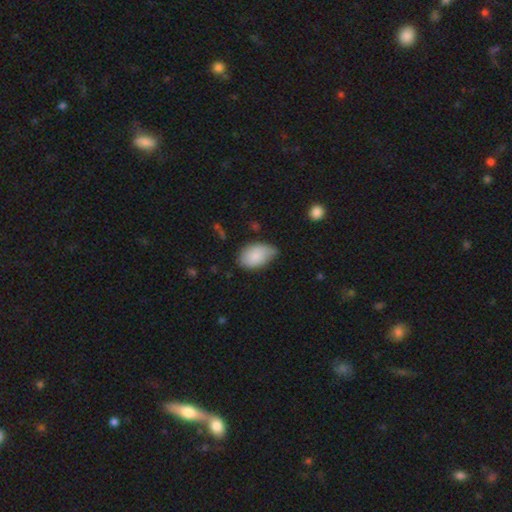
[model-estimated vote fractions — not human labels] smooth-or-featured: smooth: 82% | featured or disk: 11% | star or artifact: 6%
  how-rounded: in between: 91% | round: 8% | cigar-shaped: 1%
  merging: none: 51% | minor disturbance: 40% | major disturbance: 7% | merger: 3%